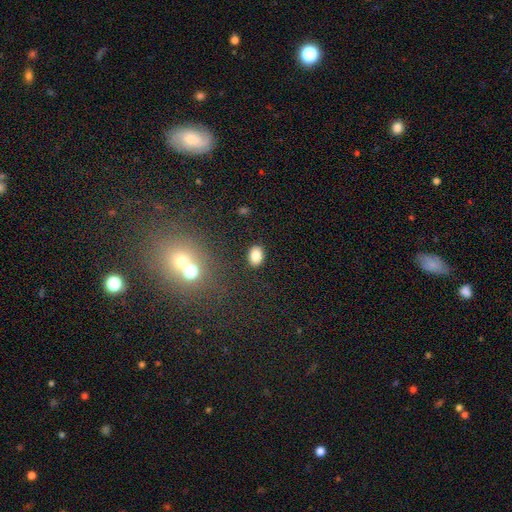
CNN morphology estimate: This is clearly a smooth galaxy (82%). How rounded: likely in between (74%). Merging: clearly none (87%).